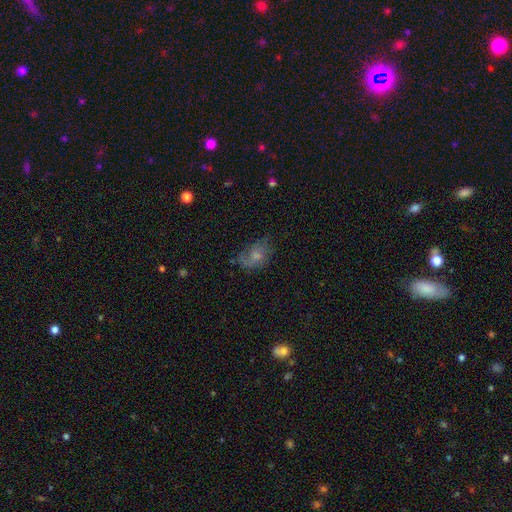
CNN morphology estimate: Smooth or featured? Predicted: smooth (p=0.46). Merging? Predicted: none (p=0.48).